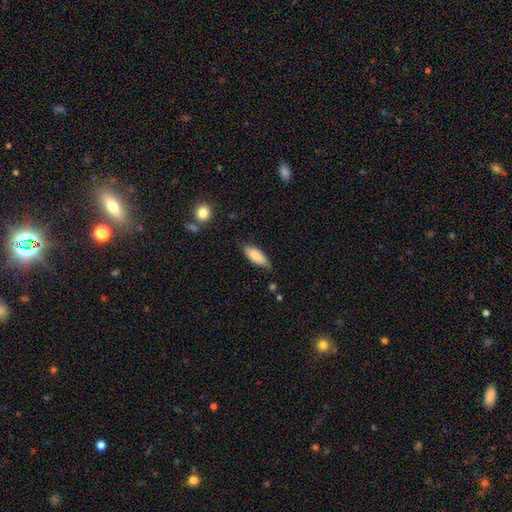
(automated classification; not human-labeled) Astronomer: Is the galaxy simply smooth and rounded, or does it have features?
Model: smooth — 83%.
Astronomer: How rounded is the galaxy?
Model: in between — 76%.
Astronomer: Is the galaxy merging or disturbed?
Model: none — 68%.